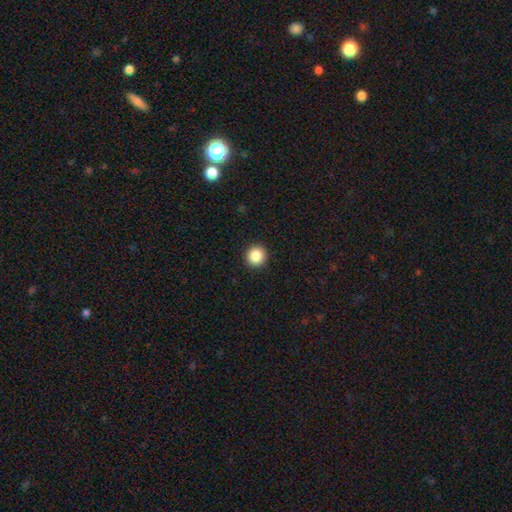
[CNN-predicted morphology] smooth 86%, star or artifact 10%, featured or disk 4%. Down the decision tree: how rounded — round (94%); merging — none (93%).